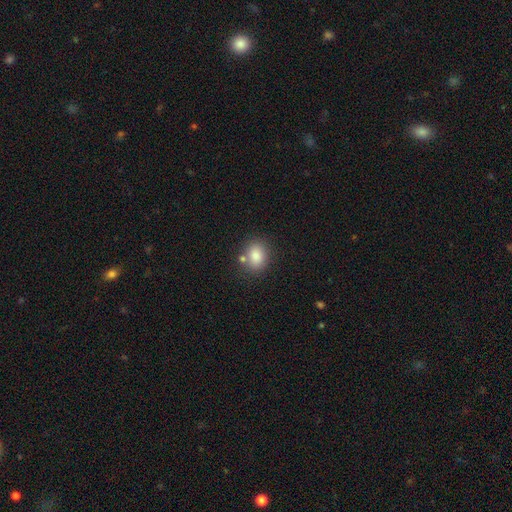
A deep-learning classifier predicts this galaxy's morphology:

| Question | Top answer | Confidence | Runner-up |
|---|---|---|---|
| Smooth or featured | smooth | 83% | star or artifact (10%) |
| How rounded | in between | 61% | round (38%) |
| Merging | none | 71% | minor disturbance (13%) |